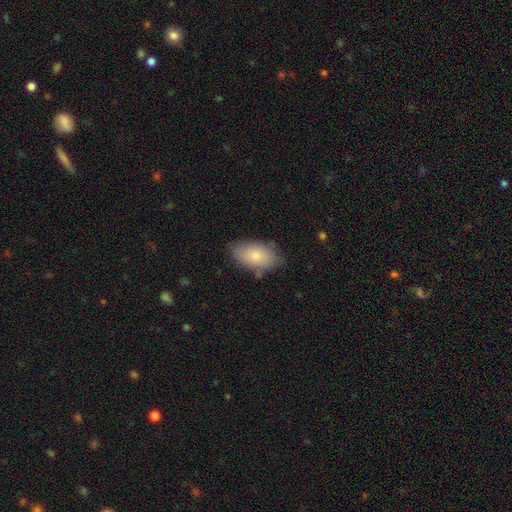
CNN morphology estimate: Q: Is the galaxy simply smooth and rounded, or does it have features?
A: smooth — 80%.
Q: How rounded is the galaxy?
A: in between — 93%.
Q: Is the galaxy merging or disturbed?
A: none — 75%.